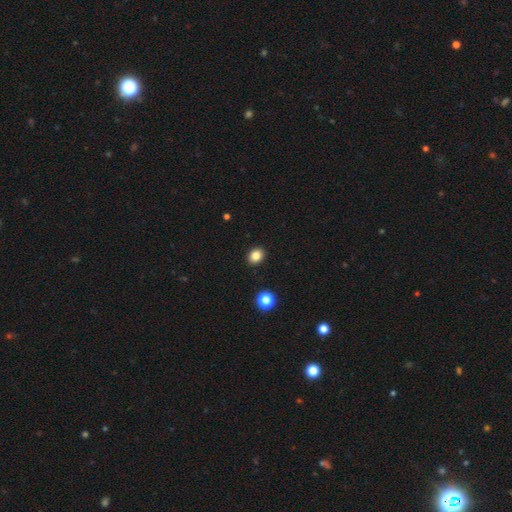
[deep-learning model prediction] Smooth or featured? Predicted: smooth (p=0.84). How rounded? Predicted: round (p=0.54). Merging? Predicted: none (p=0.91).